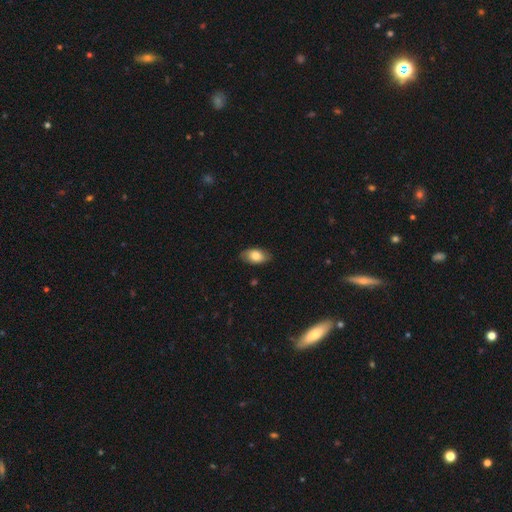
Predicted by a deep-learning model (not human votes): smooth-or-featured: smooth: 78% | featured or disk: 15% | star or artifact: 7%
  how-rounded: in between: 93% | round: 5% | cigar-shaped: 2%
  merging: none: 83% | minor disturbance: 13% | major disturbance: 2% | merger: 1%